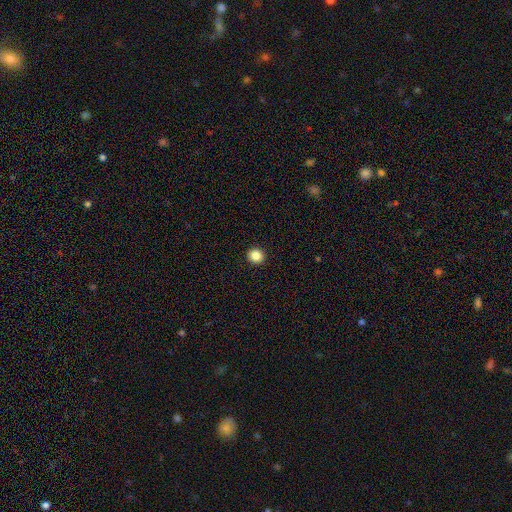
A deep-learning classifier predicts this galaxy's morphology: A smooth galaxy with no disk features (86%) that is round (92%).

Vote fractions:
- Smooth or featured? smooth: 86% / star or artifact: 10% / featured or disk: 4%
- How rounded? round: 92% / in between: 7% / cigar-shaped: 1%
- Merging? none: 94% / minor disturbance: 4% / major disturbance: 1% / merger: 1%